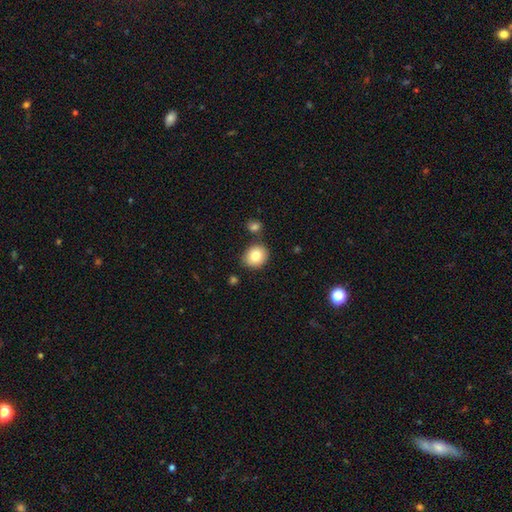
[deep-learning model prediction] Smooth or featured?
  - smooth: 81% *
  - featured or disk: 10%
  - star or artifact: 9%
How rounded?
  - round: 74% *
  - in between: 26%
  - cigar-shaped: 1%
Merging?
  - none: 79% *
  - minor disturbance: 11%
  - merger: 8%
  - major disturbance: 3%